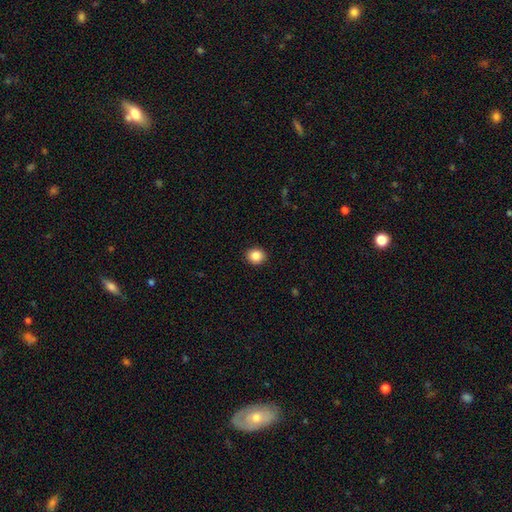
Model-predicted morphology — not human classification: A smooth galaxy with no disk features (86%) that is round (76%).

Vote fractions:
- Smooth or featured? smooth: 86% / star or artifact: 9% / featured or disk: 4%
- How rounded? round: 76% / in between: 23% / cigar-shaped: 1%
- Merging? none: 91% / minor disturbance: 6% / major disturbance: 2% / merger: 1%